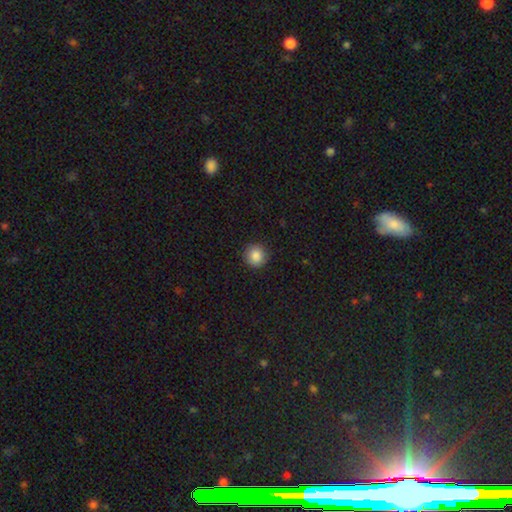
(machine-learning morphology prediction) A smooth galaxy with no disk features (87%) that is round (93%). Merging: none (91%).